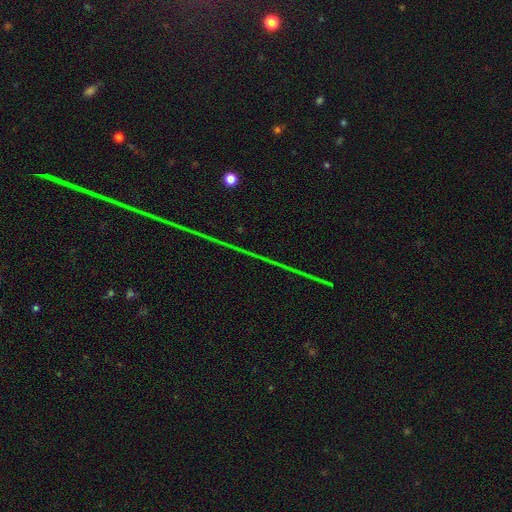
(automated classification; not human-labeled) A star or artifact, not a galaxy (87%).

Vote fractions:
- Smooth or featured? star or artifact: 87% / featured or disk: 7% / smooth: 6%